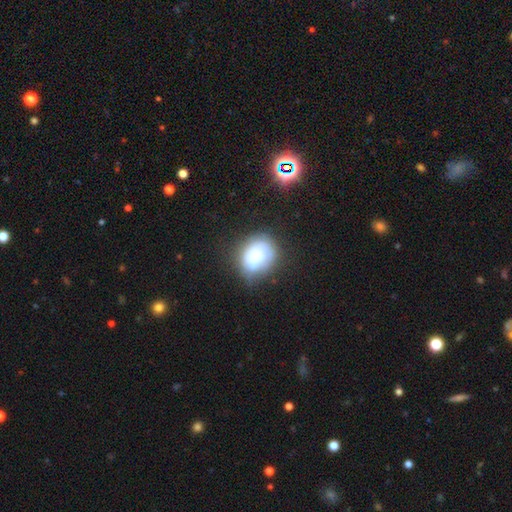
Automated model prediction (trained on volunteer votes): A smooth galaxy with no disk features (62%) that is round (54%). Merging: none (49%).